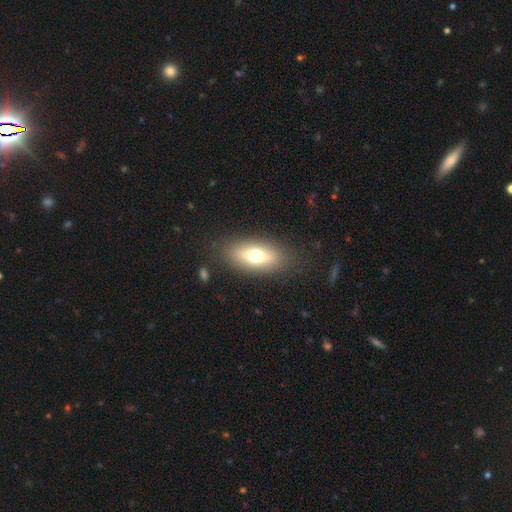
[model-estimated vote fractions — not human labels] Smooth or featured? smooth (61%)
How rounded? in between (76%)
Merging? none (84%)